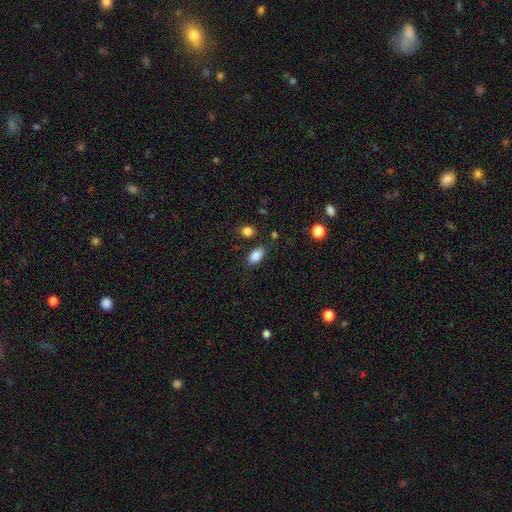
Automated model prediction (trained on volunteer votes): This is clearly a smooth galaxy (86%). How rounded: clearly in between (90%). Merging: likely none (79%).